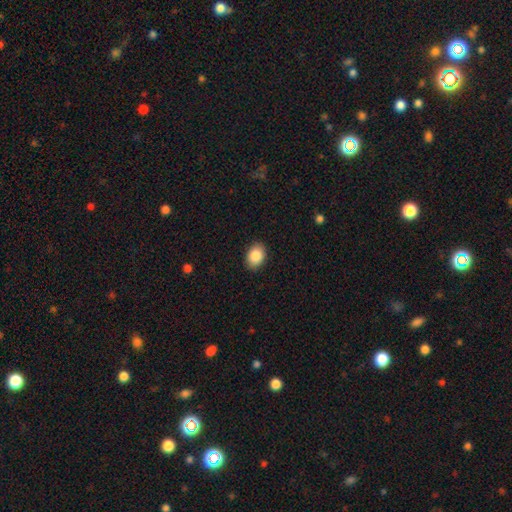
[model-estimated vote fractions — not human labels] Smooth or featured? Predicted: smooth (p=0.87). How rounded? Predicted: in between (p=0.73). Merging? Predicted: none (p=0.89).